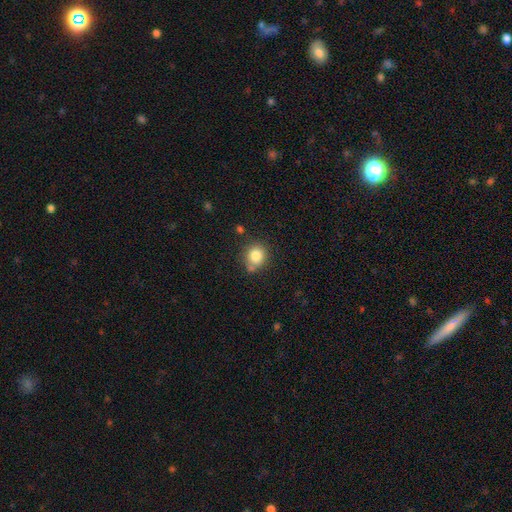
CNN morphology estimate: smooth_or_featured: smooth (p=0.81) [alt: star or artifact p=0.11]
how_rounded: round (p=0.84) [alt: in between p=0.15]
merging: none (p=0.71) [alt: minor disturbance p=0.15]